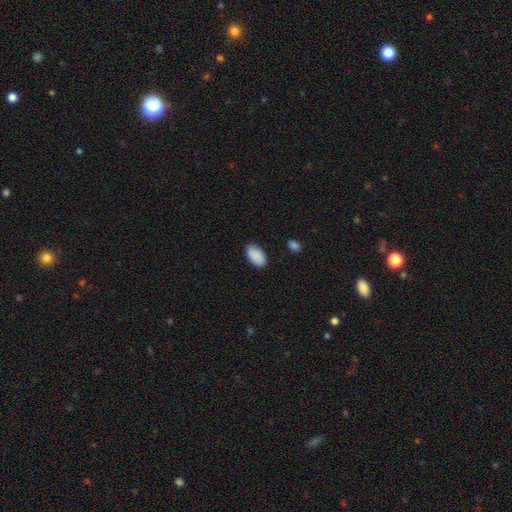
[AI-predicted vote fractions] Smooth or featured?
  - smooth: 89% *
  - star or artifact: 7%
  - featured or disk: 5%
How rounded?
  - in between: 94% *
  - round: 5%
  - cigar-shaped: 1%
Merging?
  - none: 81% *
  - minor disturbance: 15%
  - major disturbance: 3%
  - merger: 1%